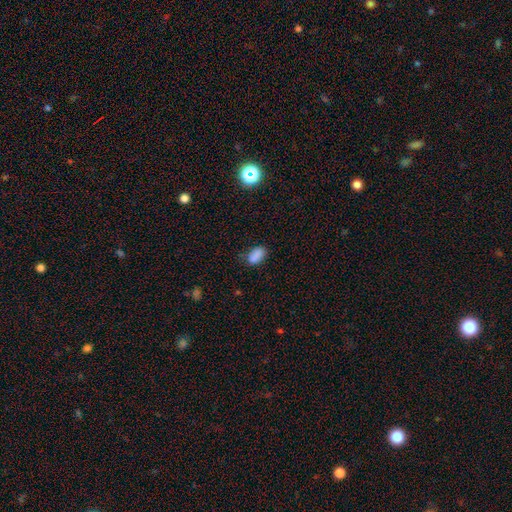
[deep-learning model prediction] A smooth galaxy with no disk features (86%) that is in between round and cigar-shaped (90%). Merging: none (71%).